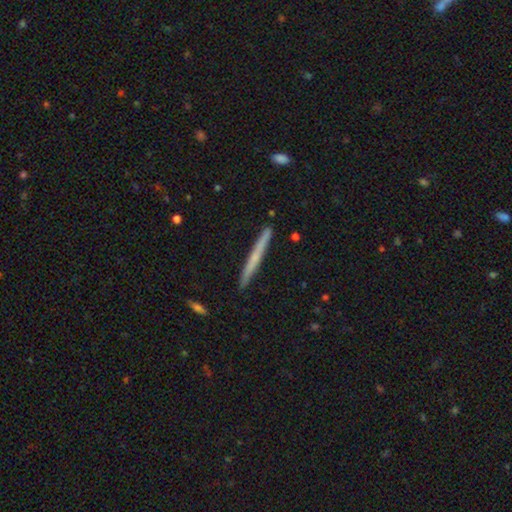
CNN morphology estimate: Q: Smooth or featured?
A: featured or disk (51%); runner-up: smooth (43%)
Q: Edge-on disk?
A: yes (98%); runner-up: no (2%)
Q: Edge-on bulge?
A: none (71%); runner-up: rounded (25%)
Q: Merging?
A: none (92%); runner-up: minor disturbance (6%)